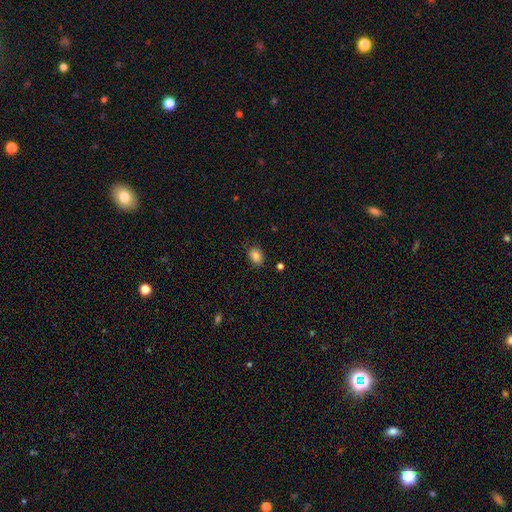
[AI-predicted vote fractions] A smooth galaxy with no disk features (85%) that is in between round and cigar-shaped (68%).

Vote fractions:
- Smooth or featured? smooth: 85% / star or artifact: 10% / featured or disk: 6%
- How rounded? in between: 68% / round: 31% / cigar-shaped: 1%
- Merging? none: 82% / minor disturbance: 13% / major disturbance: 3% / merger: 2%